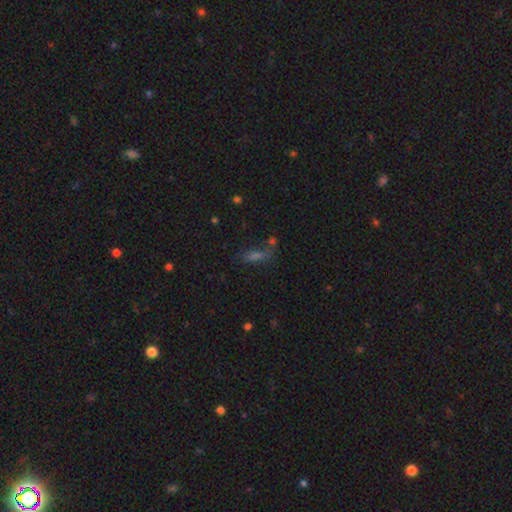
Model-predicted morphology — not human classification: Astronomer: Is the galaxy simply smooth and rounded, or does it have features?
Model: smooth — 49% (runner-up: star or artifact, 32%).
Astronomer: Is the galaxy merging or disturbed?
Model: none — 57%.